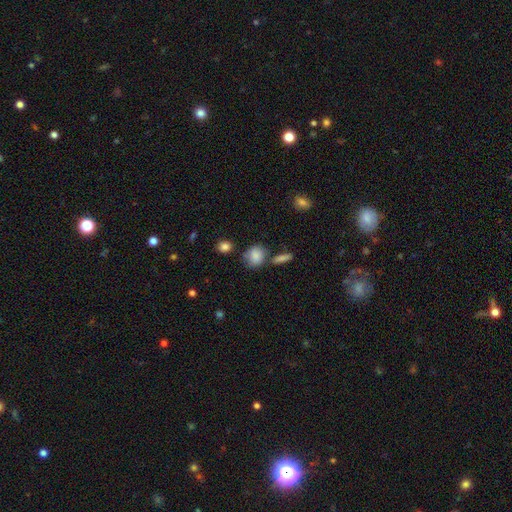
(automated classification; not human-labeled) This is clearly a smooth galaxy (82%). How rounded: likely round (62%). Merging: likely none (63%).